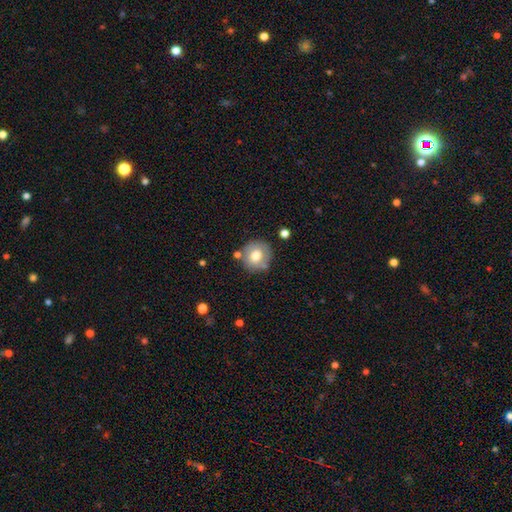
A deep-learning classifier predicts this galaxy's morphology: smooth-or-featured: smooth: 71% | featured or disk: 21% | star or artifact: 8%
  how-rounded: round: 90% | in between: 9% | cigar-shaped: 1%
  merging: none: 75% | minor disturbance: 14% | merger: 7% | major disturbance: 4%